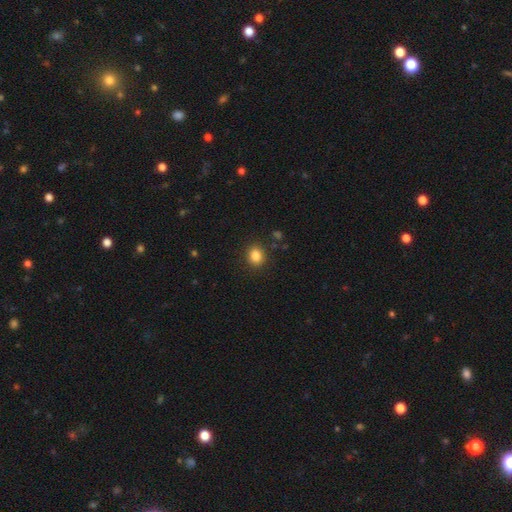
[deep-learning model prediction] Overall: smooth (85%). How rounded: round (65%; in between 34%). Merging: none (89%).